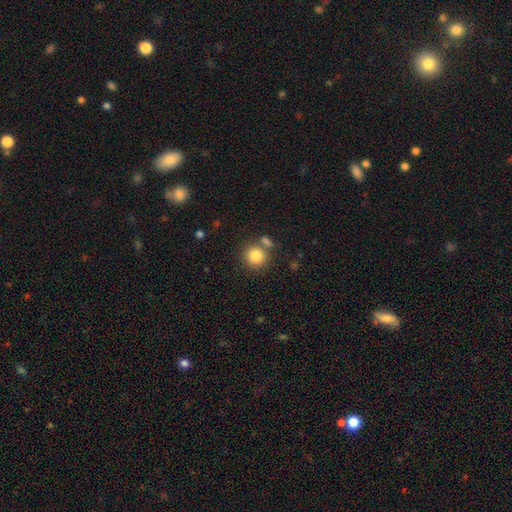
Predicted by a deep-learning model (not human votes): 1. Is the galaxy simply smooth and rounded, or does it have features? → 84% smooth, 10% star or artifact, 6% featured or disk.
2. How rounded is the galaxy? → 91% round, 8% in between, 1% cigar-shaped.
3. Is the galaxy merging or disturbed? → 72% none, 16% merger, 9% minor disturbance, 3% major disturbance.